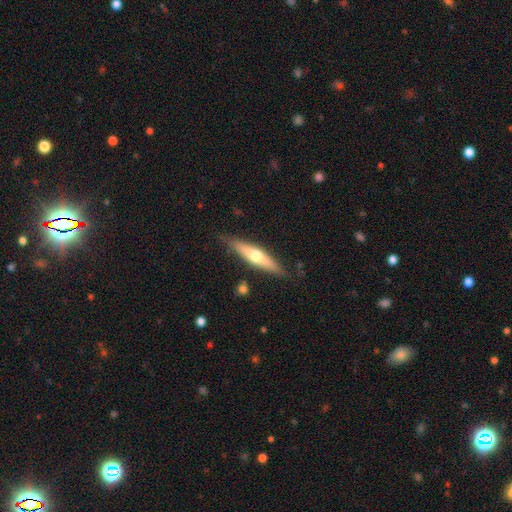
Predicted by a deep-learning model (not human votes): Smooth or featured? Predicted: featured or disk (p=0.51). Edge-on disk? Predicted: yes (p=0.88). Merging? Predicted: none (p=0.82).